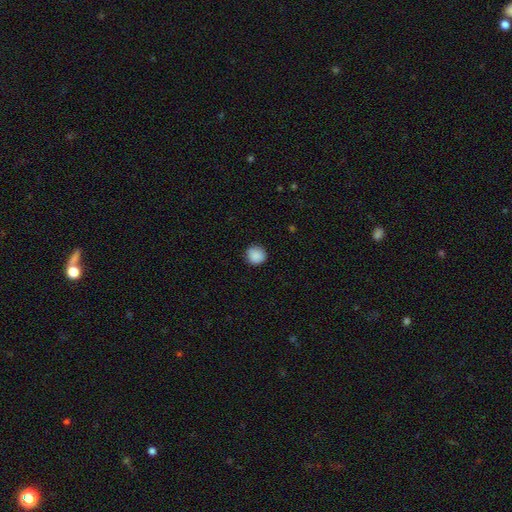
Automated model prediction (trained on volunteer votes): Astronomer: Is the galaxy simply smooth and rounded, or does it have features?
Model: smooth — 89%.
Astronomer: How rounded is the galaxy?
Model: round — 91%.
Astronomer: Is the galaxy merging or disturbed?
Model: none — 87%.